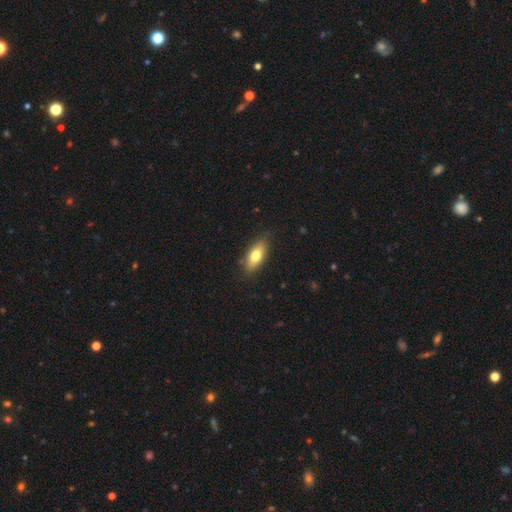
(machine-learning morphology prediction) A smooth galaxy with no disk features (72%) that is in between round and cigar-shaped (78%). Merging: none (83%).